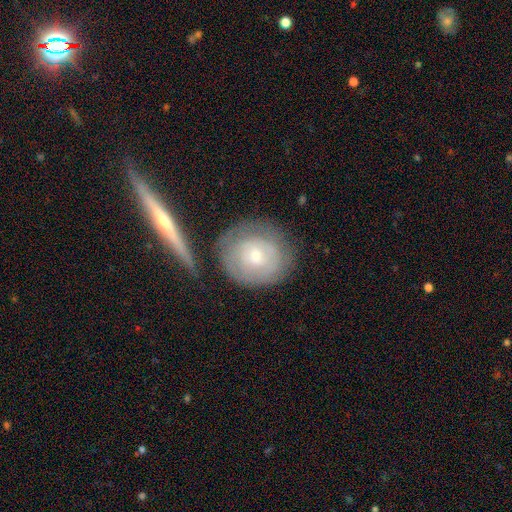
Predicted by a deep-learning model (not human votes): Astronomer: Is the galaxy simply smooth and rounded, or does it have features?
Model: featured or disk — 48% (runner-up: smooth, 45%).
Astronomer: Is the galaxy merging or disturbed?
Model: none — 67%.